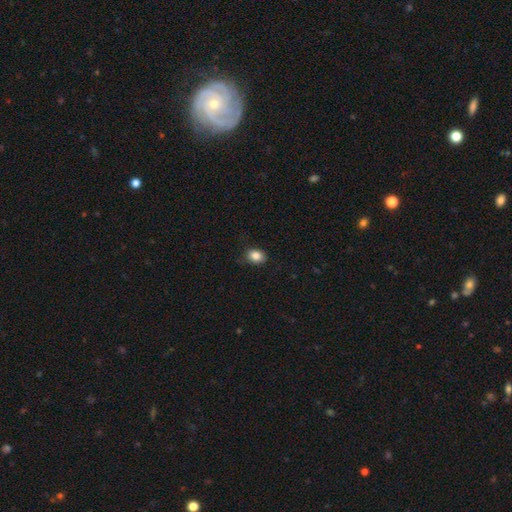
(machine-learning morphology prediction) The model was most divided on "how rounded": in between: 67%, round: 32%, cigar-shaped: 1%. More confident: smooth or featured — smooth (85%); merging — none (79%).